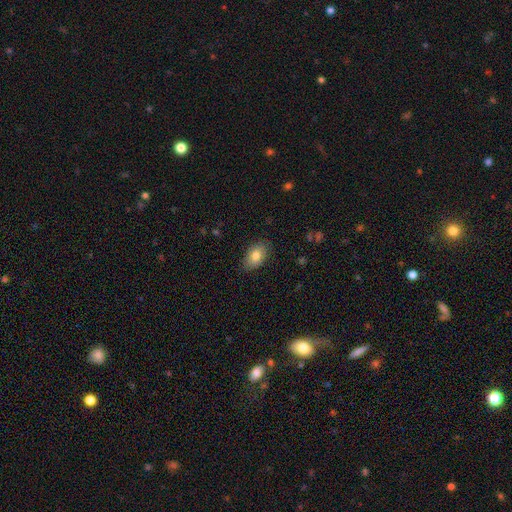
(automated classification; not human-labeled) smooth 81%, featured or disk 12%, star or artifact 7%. Down the decision tree: how rounded — in between (91%); merging — none (83%).